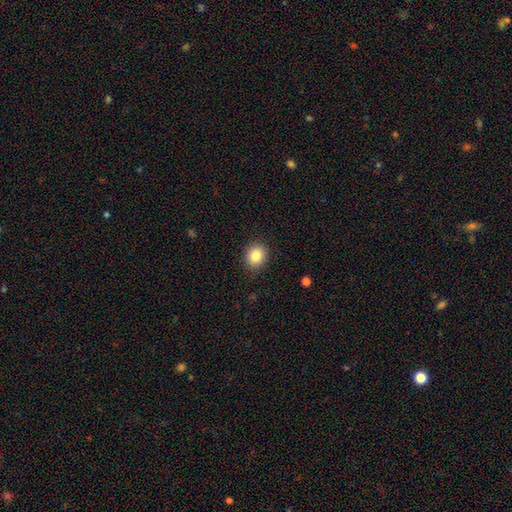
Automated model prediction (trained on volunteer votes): smooth 84%, star or artifact 10%, featured or disk 6%. Down the decision tree: how rounded — round (74%); merging — none (89%).